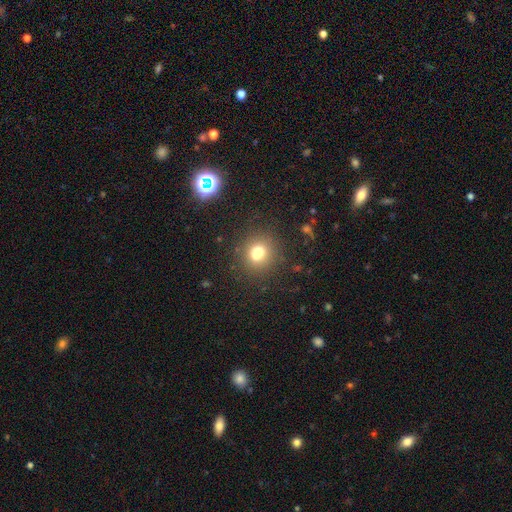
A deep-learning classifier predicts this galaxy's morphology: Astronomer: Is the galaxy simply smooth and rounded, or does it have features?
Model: smooth — 75%.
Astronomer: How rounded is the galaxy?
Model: round — 76%.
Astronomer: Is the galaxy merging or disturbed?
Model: none — 75%.